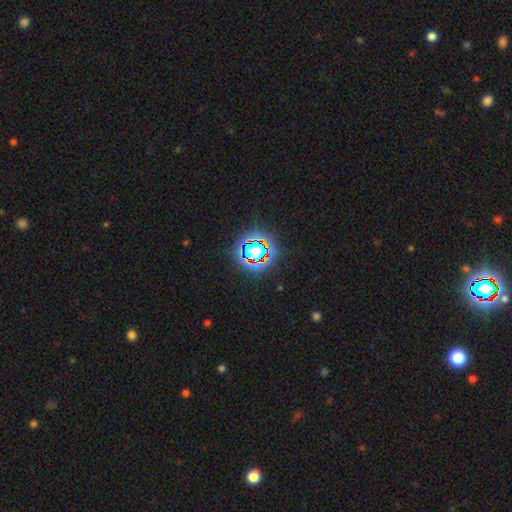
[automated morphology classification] Smooth or featured? Predicted: star or artifact (p=0.67).